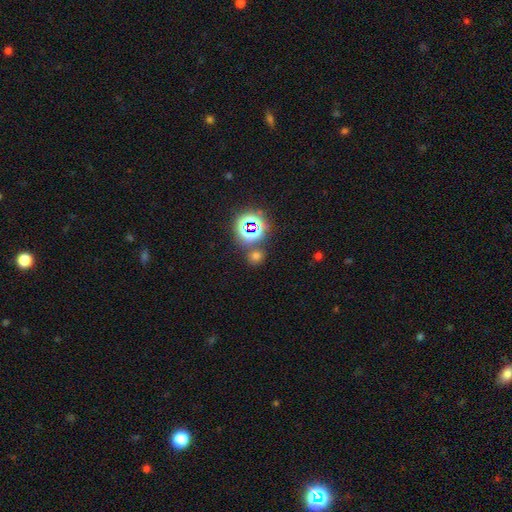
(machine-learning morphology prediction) The model was most divided on "smooth or featured": smooth: 56%, star or artifact: 38%, featured or disk: 6%. More confident: how rounded — round (76%); merging — none (74%).